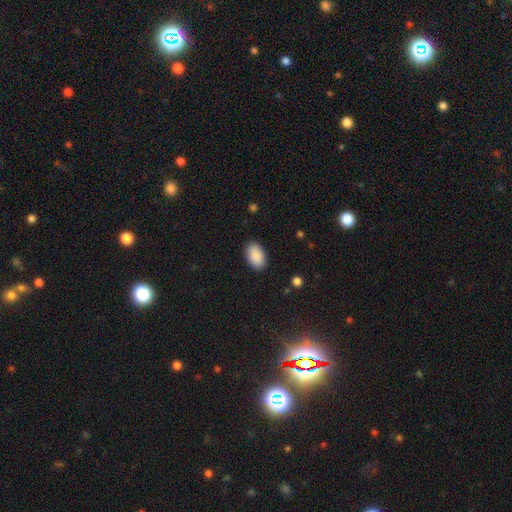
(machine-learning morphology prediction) This appears to be a smooth galaxy with no disk features (91%) that is in between round and cigar-shaped (92%). Merging: none (89%).